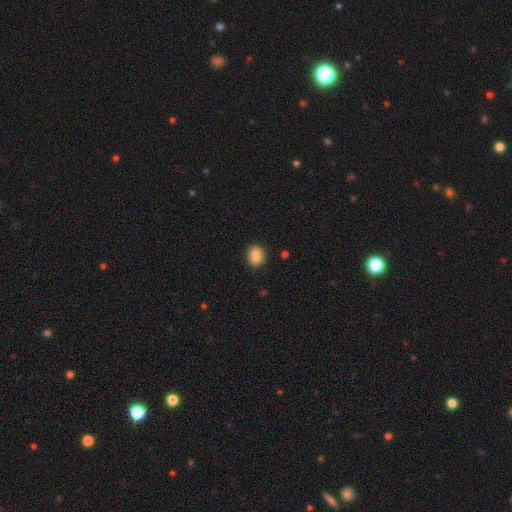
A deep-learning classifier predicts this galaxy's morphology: This is clearly a smooth galaxy (88%). How rounded: possibly in between (57%). Merging: clearly none (88%).